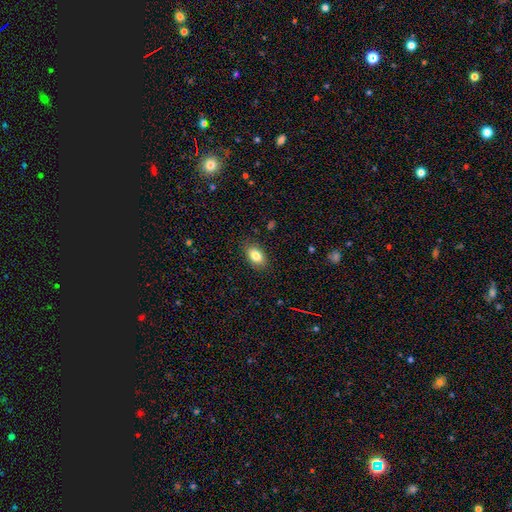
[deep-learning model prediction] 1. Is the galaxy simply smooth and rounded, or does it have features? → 83% smooth, 9% featured or disk, 8% star or artifact.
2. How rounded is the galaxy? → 89% in between, 9% round, 2% cigar-shaped.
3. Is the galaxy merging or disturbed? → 85% none, 11% minor disturbance, 3% major disturbance, 1% merger.